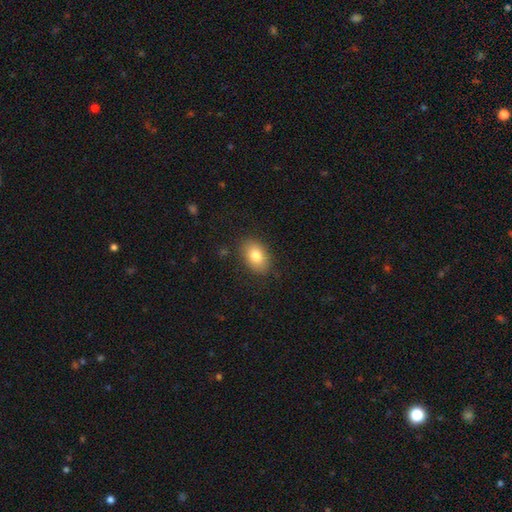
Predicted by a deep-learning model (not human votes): smooth 81%, featured or disk 11%, star or artifact 8%. Down the decision tree: how rounded — in between (86%); merging — none (85%).